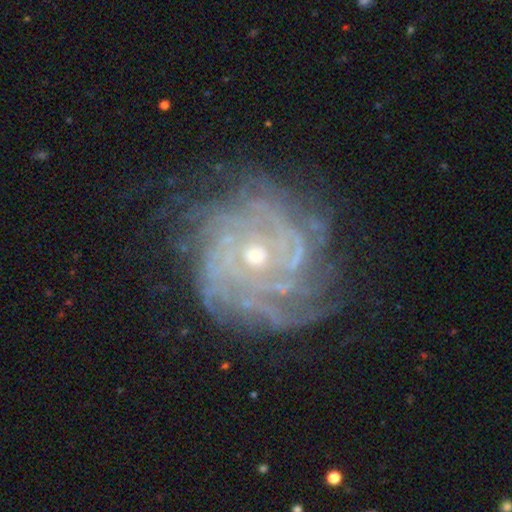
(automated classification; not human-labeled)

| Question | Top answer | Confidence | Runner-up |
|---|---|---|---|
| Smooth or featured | featured or disk | 88% | star or artifact (7%) |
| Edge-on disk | no | 97% | yes (3%) |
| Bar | no | 79% | weak (16%) |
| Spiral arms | yes | 96% | no (4%) |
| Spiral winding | tight | 76% | medium (19%) |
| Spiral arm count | can't tell | 33% | more than 4 (20%) |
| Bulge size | small | 56% | moderate (40%) |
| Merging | none | 70% | minor disturbance (18%) |